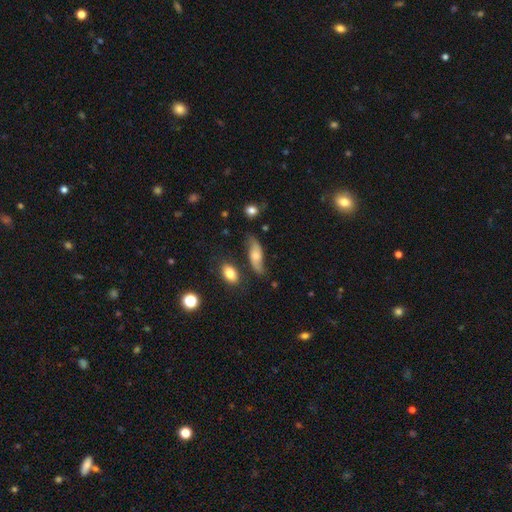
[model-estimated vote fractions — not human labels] Smooth or featured? Predicted: featured or disk (p=0.48). Merging? Predicted: none (p=0.66).